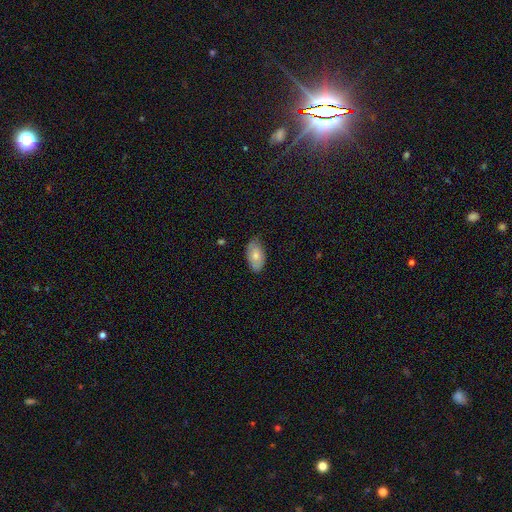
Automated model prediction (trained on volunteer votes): Overall: smooth (74%). How rounded: in between (94%). Merging: none (76%).